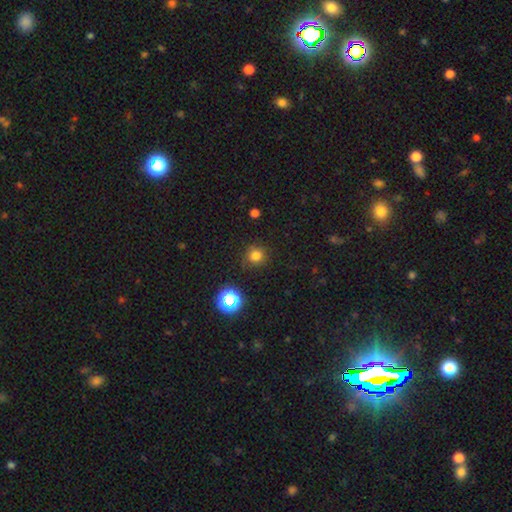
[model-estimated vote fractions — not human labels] Overall: smooth (77%). How rounded: round (91%). Merging: none (85%).